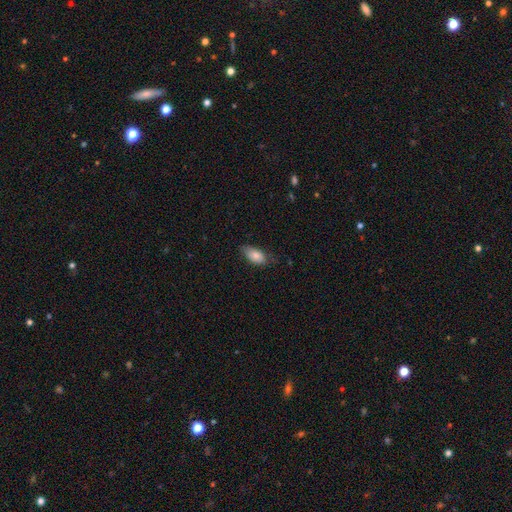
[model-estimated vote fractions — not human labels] Smooth or featured? Predicted: smooth (p=0.81). How rounded? Predicted: in between (p=0.91). Merging? Predicted: none (p=0.67).